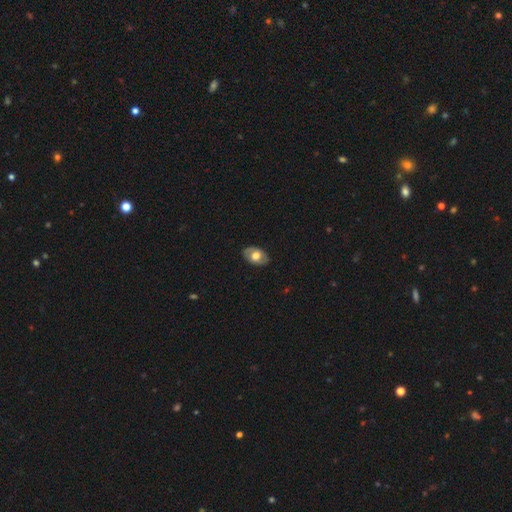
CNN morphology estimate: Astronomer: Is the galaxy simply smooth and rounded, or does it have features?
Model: smooth — 57% (runner-up: featured or disk, 36%).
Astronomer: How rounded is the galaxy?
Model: in between — 85%.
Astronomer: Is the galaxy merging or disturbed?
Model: none — 82%.